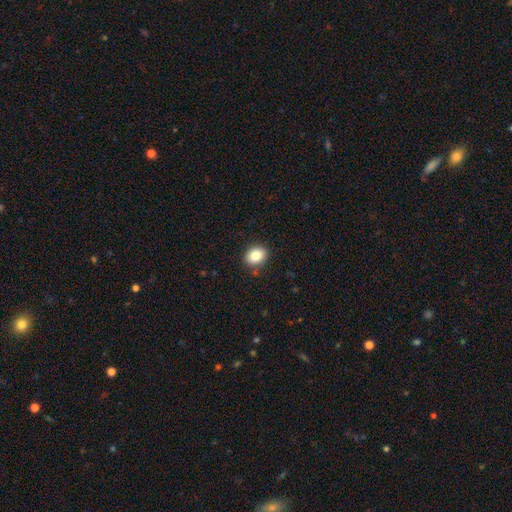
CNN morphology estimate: Smooth or featured?
  - smooth: 84% *
  - star or artifact: 9%
  - featured or disk: 7%
How rounded?
  - in between: 60% *
  - round: 39%
  - cigar-shaped: 1%
Merging?
  - none: 88% *
  - minor disturbance: 9%
  - major disturbance: 2%
  - merger: 1%